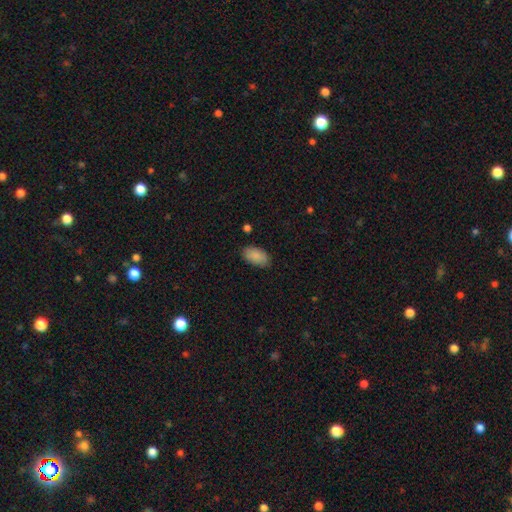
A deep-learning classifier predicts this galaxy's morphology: A smooth galaxy with no disk features (89%) that is in between round and cigar-shaped (94%). Merging: none (84%).